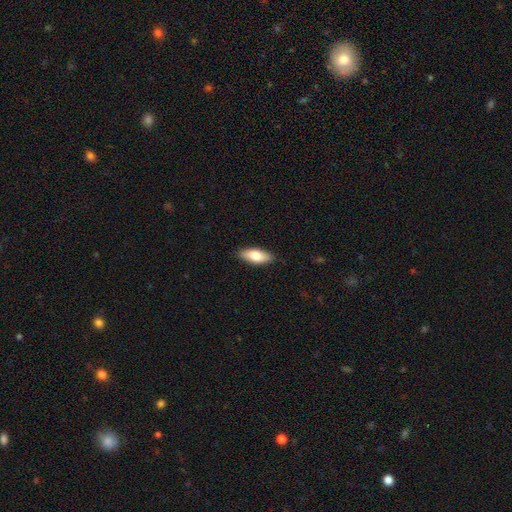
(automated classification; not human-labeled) This appears to be a smooth galaxy with no disk features (78%) that is in between round and cigar-shaped (78%). Merging: none (88%).